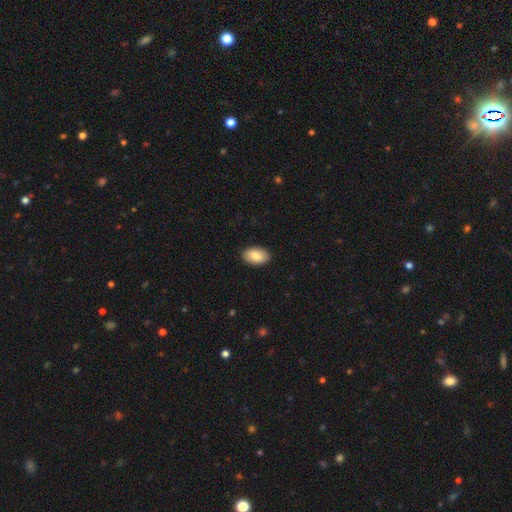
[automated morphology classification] The model was most divided on "smooth or featured": smooth: 85%, featured or disk: 9%, star or artifact: 6%. More confident: how rounded — in between (93%); merging — none (90%).